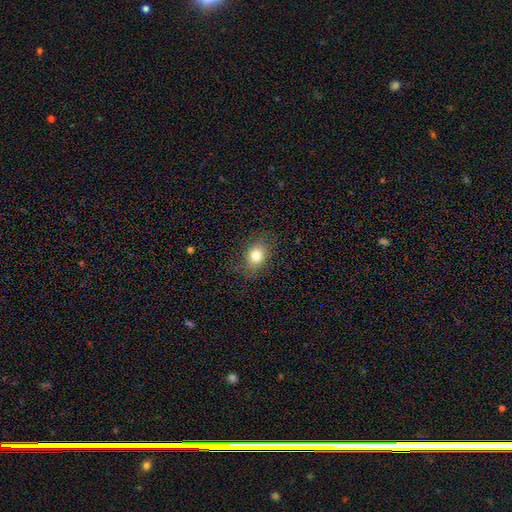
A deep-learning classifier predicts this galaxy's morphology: A smooth galaxy with no disk features (79%) that is in between round and cigar-shaped (58%). Merging: none (80%).